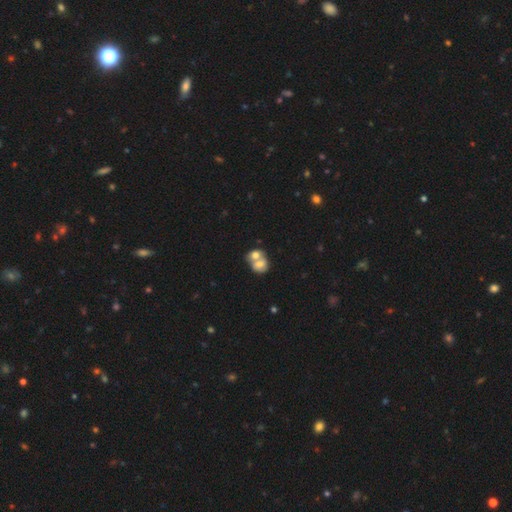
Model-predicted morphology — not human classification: Smooth or featured: smooth — 63% (featured or disk — 28%)
How rounded: in between — 58% (round — 40%)
Merging: merger — 73% (none — 17%)